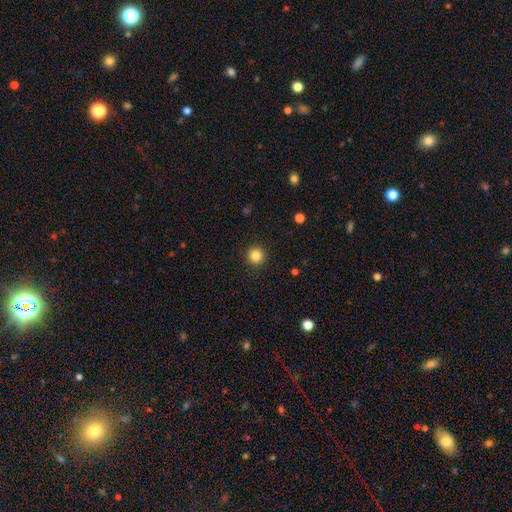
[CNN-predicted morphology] This appears to be a smooth galaxy with no disk features (85%) that is round (95%). Merging: none (92%).